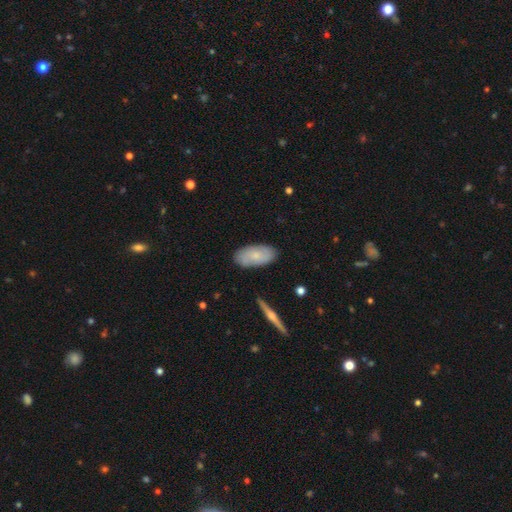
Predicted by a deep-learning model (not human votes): Overall: smooth (61%; featured or disk 32%). How rounded: in between (91%). Merging: none (84%).